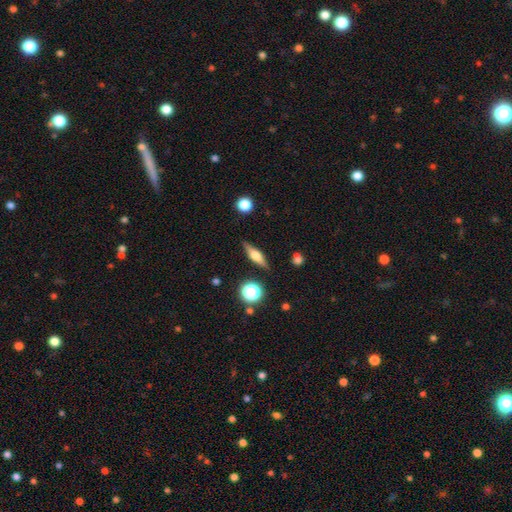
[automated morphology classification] smooth-or-featured: featured or disk: 54% | smooth: 37% | star or artifact: 9%
  disk-edge-on: yes: 94% | no: 6%
    edge-on-bulge: rounded: 88% | boxy: 9% | none: 3%
  merging: none: 86% | minor disturbance: 10% | major disturbance: 2% | merger: 2%